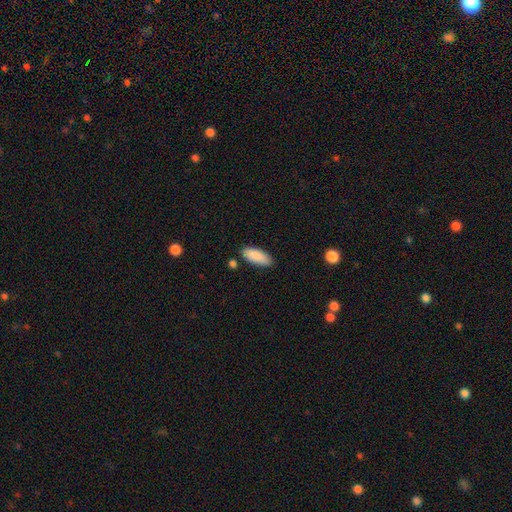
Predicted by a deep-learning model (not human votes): A smooth galaxy with no disk features (89%) that is in between round and cigar-shaped (82%).

Vote fractions:
- Smooth or featured? smooth: 89% / star or artifact: 6% / featured or disk: 5%
- How rounded? in between: 82% / cigar-shaped: 17% / round: 2%
- Merging? none: 81% / minor disturbance: 13% / merger: 3% / major disturbance: 2%